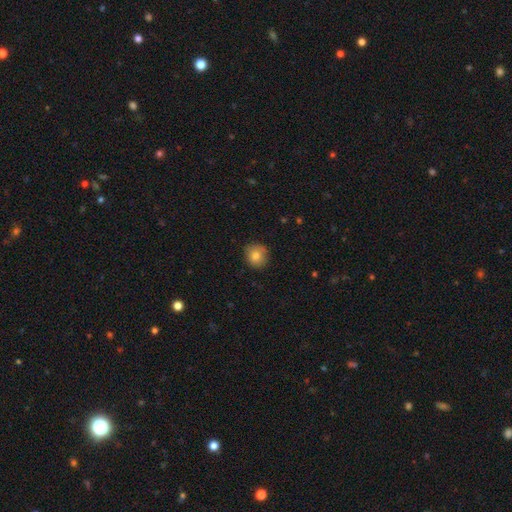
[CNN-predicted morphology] A smooth galaxy with no disk features (81%) that is round (89%).

Vote fractions:
- Smooth or featured? smooth: 81% / star or artifact: 10% / featured or disk: 9%
- How rounded? round: 89% / in between: 10% / cigar-shaped: 1%
- Merging? none: 86% / minor disturbance: 11% / major disturbance: 2% / merger: 1%